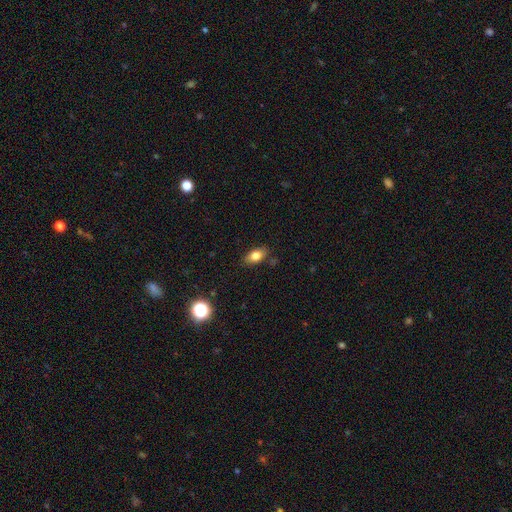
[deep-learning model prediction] Morphology: type=smooth (80%); roundness=in between (86%); merging=none (81%).